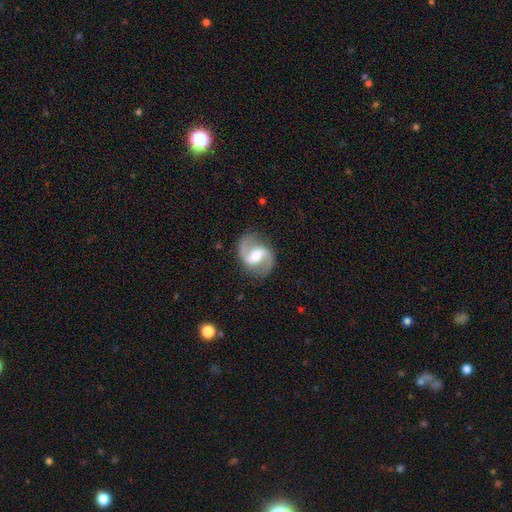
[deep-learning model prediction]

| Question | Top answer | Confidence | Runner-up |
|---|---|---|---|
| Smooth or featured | featured or disk | 89% | smooth (7%) |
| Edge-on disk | no | 98% | yes (2%) |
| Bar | weak | 48% | strong (32%) |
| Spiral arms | yes | 96% | no (4%) |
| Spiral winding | medium | 50% | loose (40%) |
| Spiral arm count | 2 | 94% | can't tell (2%) |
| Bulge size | moderate | 67% | small (22%) |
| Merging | none | 84% | minor disturbance (11%) |